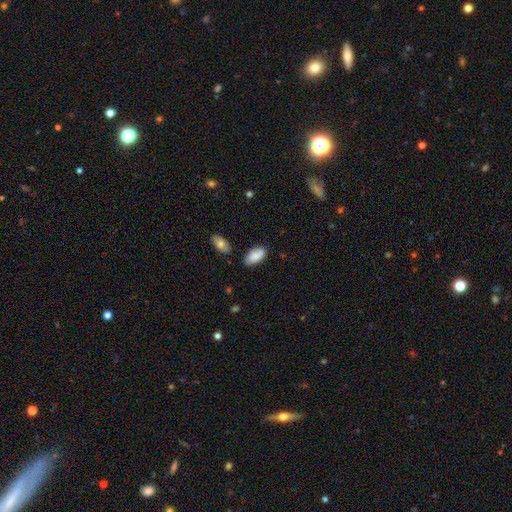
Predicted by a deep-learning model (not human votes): smooth 86%, featured or disk 7%, star or artifact 7%. Down the decision tree: how rounded — in between (94%); merging — none (73%).